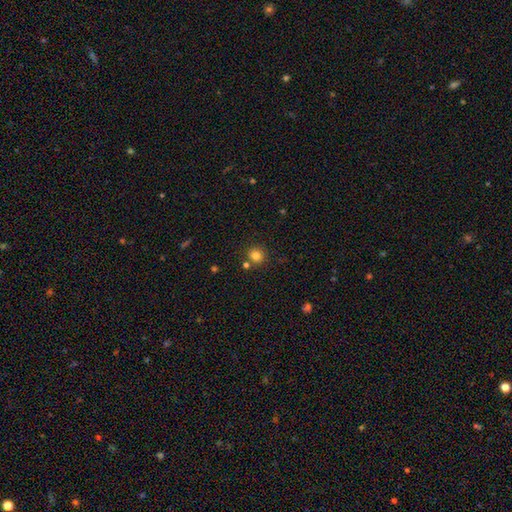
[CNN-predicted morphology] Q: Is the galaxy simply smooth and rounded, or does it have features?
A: smooth — 81%.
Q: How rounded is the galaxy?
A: round — 91%.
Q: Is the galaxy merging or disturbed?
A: none — 78%.